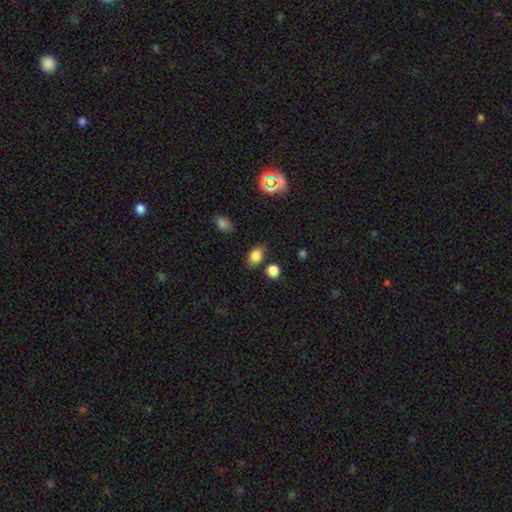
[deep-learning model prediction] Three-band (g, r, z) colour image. It shows a smooth galaxy with no disk features (82%) that is in between round and cigar-shaped (73%). Merging: none (78%).